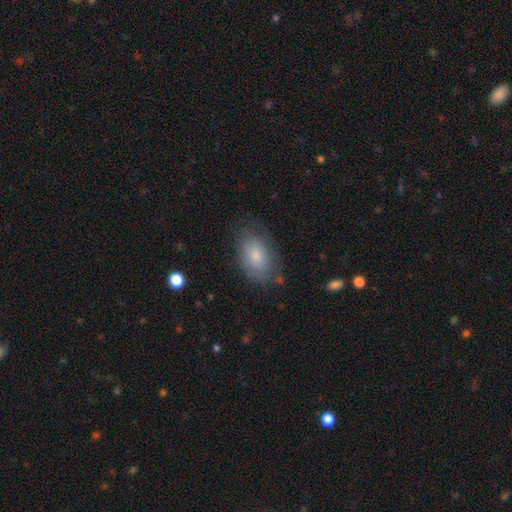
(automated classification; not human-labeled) A smooth galaxy with no disk features (76%) that is in between round and cigar-shaped (90%).

Vote fractions:
- Smooth or featured? smooth: 76% / featured or disk: 17% / star or artifact: 7%
- How rounded? in between: 90% / round: 9% / cigar-shaped: 1%
- Merging? none: 71% / minor disturbance: 20% / major disturbance: 7% / merger: 2%